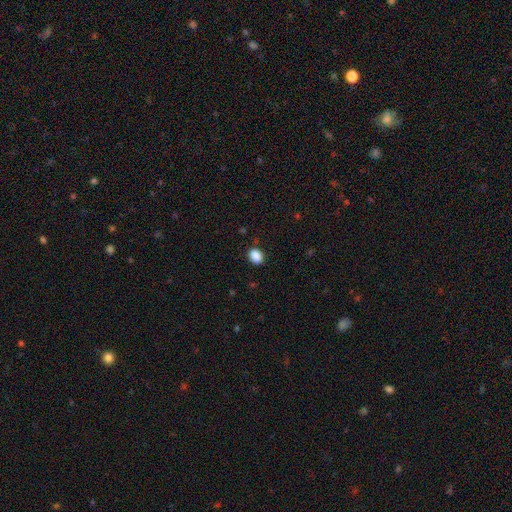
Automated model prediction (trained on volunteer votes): Overall: smooth (88%). How rounded: in between (61%; round 38%). Merging: none (86%).